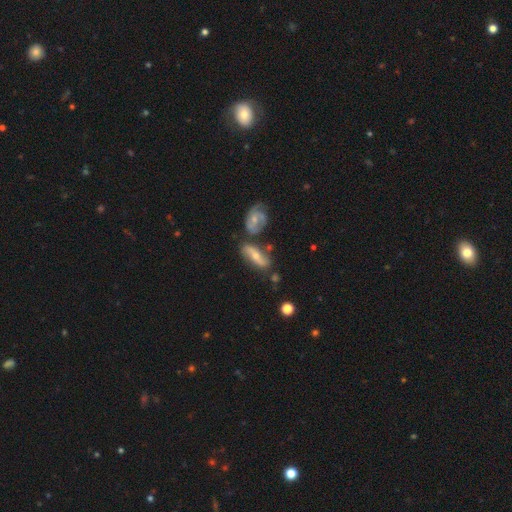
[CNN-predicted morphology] Smooth or featured: featured or disk — 62% (smooth — 30%)
Edge-on disk: no — 75% (yes — 25%)
Merging: none — 58% (merger — 19%)